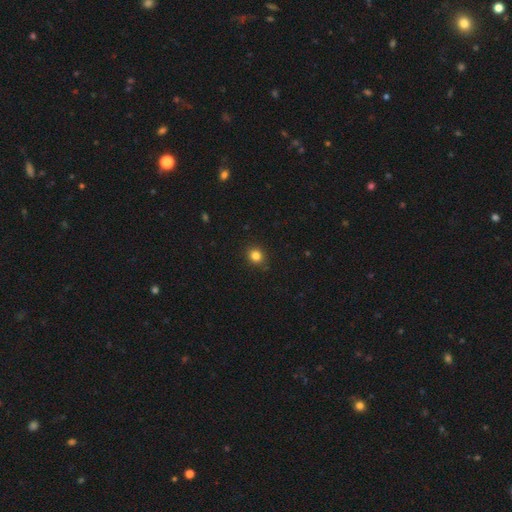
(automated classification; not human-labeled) This appears to be a smooth galaxy with no disk features (83%) that is round (75%). Merging: none (89%).